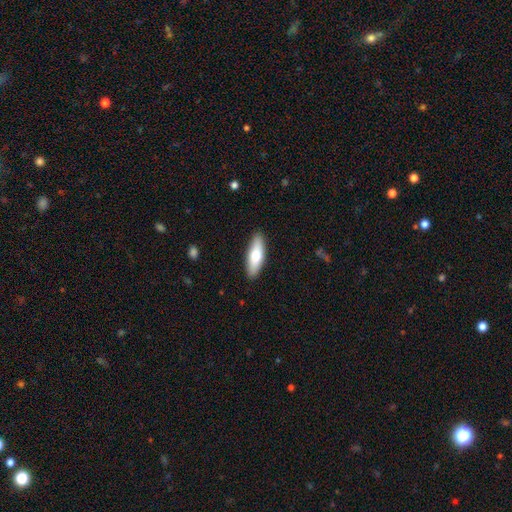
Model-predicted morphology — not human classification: smooth_or_featured: smooth (p=0.70) [alt: featured or disk p=0.25]
how_rounded: in between (p=0.54) [alt: cigar-shaped p=0.44]
merging: none (p=0.90) [alt: minor disturbance p=0.07]